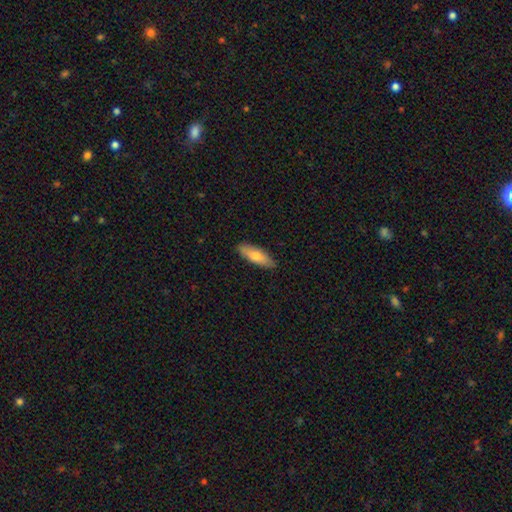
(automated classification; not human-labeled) A smooth galaxy with no disk features (77%) that is in between round and cigar-shaped (59%).

Vote fractions:
- Smooth or featured? smooth: 77% / featured or disk: 18% / star or artifact: 6%
- How rounded? in between: 59% / cigar-shaped: 39% / round: 2%
- Merging? none: 87% / minor disturbance: 10% / major disturbance: 2% / merger: 1%